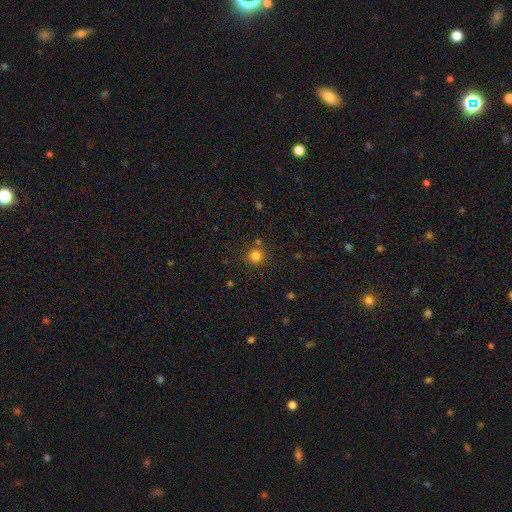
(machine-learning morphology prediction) Q: Smooth or featured?
A: smooth (81%); runner-up: star or artifact (14%)
Q: How rounded?
A: round (93%); runner-up: in between (6%)
Q: Merging?
A: none (81%); runner-up: minor disturbance (9%)